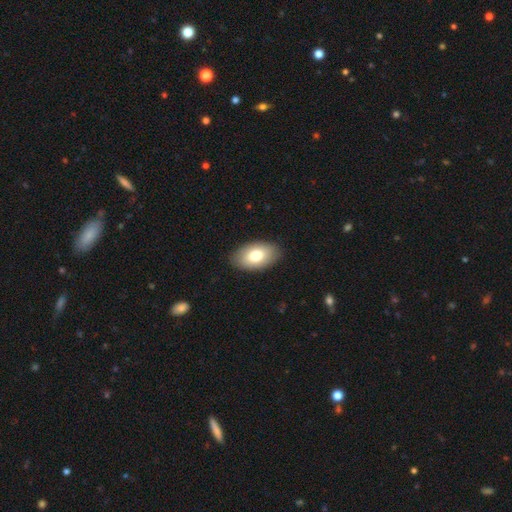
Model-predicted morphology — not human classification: This is likely a smooth galaxy (77%). How rounded: clearly in between (93%). Merging: clearly none (88%).